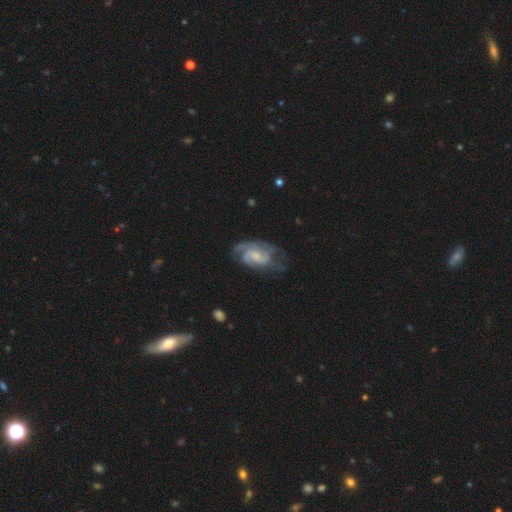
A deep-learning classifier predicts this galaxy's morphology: smooth_or_featured: featured or disk (p=0.79) [alt: smooth p=0.15]
disk_edge_on: no (p=0.97) [alt: yes p=0.03]
bar: no (p=0.47) [alt: weak p=0.45]
has_spiral_arms: yes (p=0.93) [alt: no p=0.07]
spiral_winding: medium (p=0.47) [alt: tight p=0.34]
spiral_arm_count: 2 (p=0.41) [alt: can't tell p=0.24]
bulge_size: small (p=0.44) [alt: moderate p=0.36]
merging: none (p=0.56) [alt: minor disturbance p=0.24]